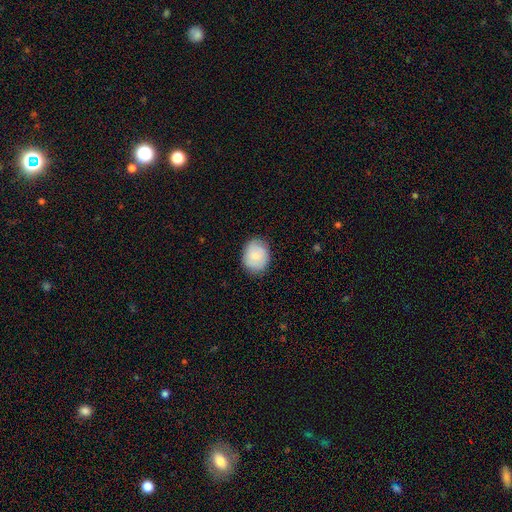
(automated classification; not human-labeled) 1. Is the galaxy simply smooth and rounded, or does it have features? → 79% smooth, 15% featured or disk, 6% star or artifact.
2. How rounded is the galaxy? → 56% round, 43% in between, 1% cigar-shaped.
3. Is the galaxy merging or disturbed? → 82% none, 14% minor disturbance, 3% major disturbance, 1% merger.